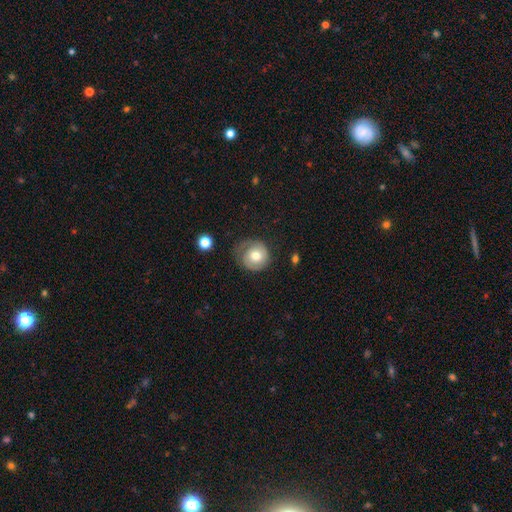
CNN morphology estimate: type=featured or disk (53%); edge-on=no (97%); bar=no (73%); spiral arms=yes (84%); bulge=moderate (70%); merging=none (61%).